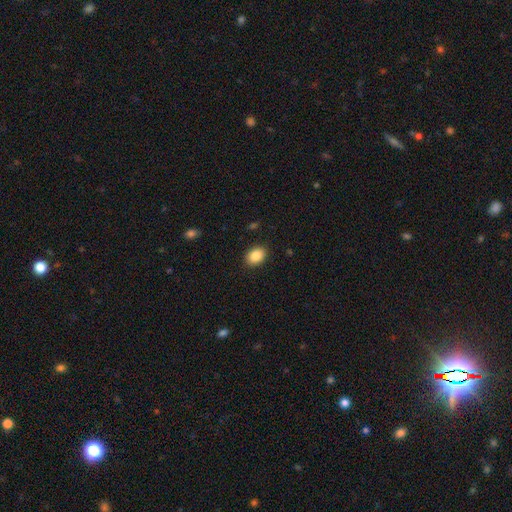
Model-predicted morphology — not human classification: A smooth galaxy with no disk features (87%) that is in between round and cigar-shaped (72%).

Vote fractions:
- Smooth or featured? smooth: 87% / star or artifact: 8% / featured or disk: 5%
- How rounded? in between: 72% / round: 27% / cigar-shaped: 1%
- Merging? none: 89% / minor disturbance: 8% / major disturbance: 2% / merger: 1%